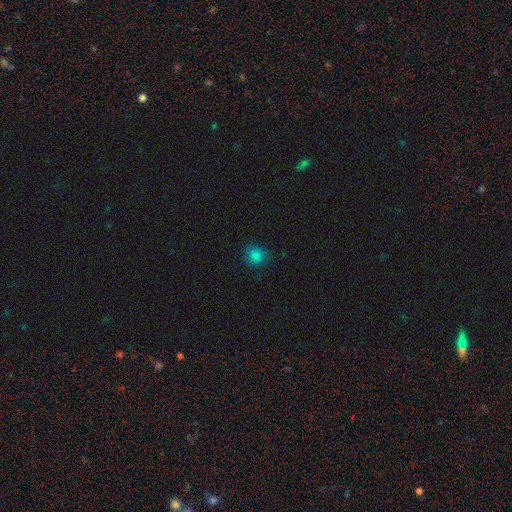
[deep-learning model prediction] The model was most divided on "how rounded": round: 80%, in between: 19%, cigar-shaped: 1%. More confident: merging — none (83%); smooth or featured — smooth (82%).